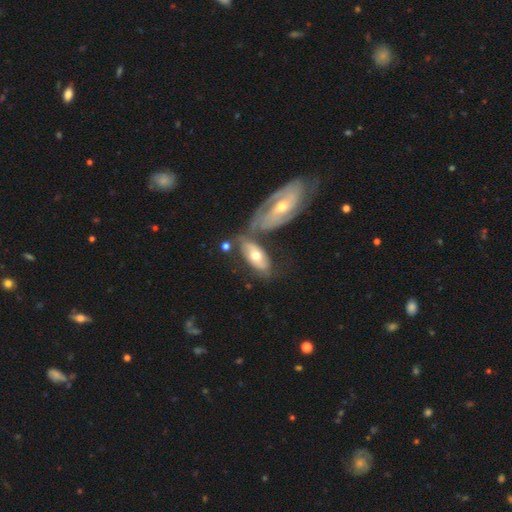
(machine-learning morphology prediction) smooth-or-featured: featured or disk: 54% | smooth: 41% | star or artifact: 5%
  disk-edge-on: no: 83% | yes: 17%
  merging: none: 39% | merger: 37% | minor disturbance: 16% | major disturbance: 8%